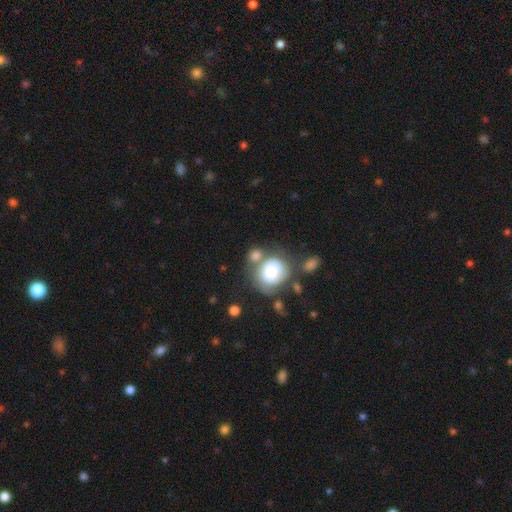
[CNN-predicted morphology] Q: Smooth or featured?
A: smooth (72%); runner-up: featured or disk (20%)
Q: How rounded?
A: round (76%); runner-up: in between (23%)
Q: Merging?
A: none (40%); runner-up: merger (29%)